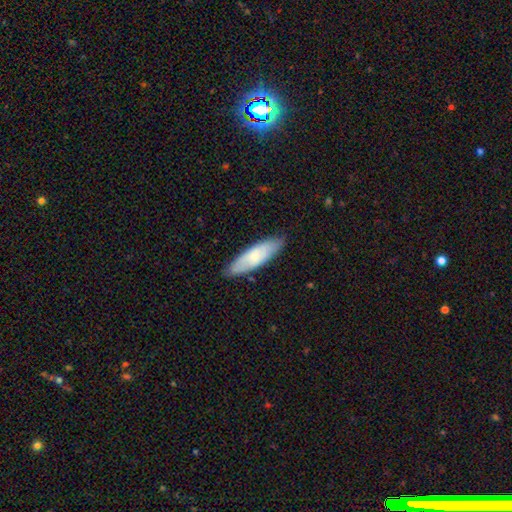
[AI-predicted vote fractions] A smooth galaxy with no disk features (75%) that is cigar-shaped (51%).

Vote fractions:
- Smooth or featured? smooth: 75% / featured or disk: 20% / star or artifact: 5%
- How rounded? cigar-shaped: 51% / in between: 47% / round: 1%
- Merging? none: 83% / minor disturbance: 14% / major disturbance: 2% / merger: 1%